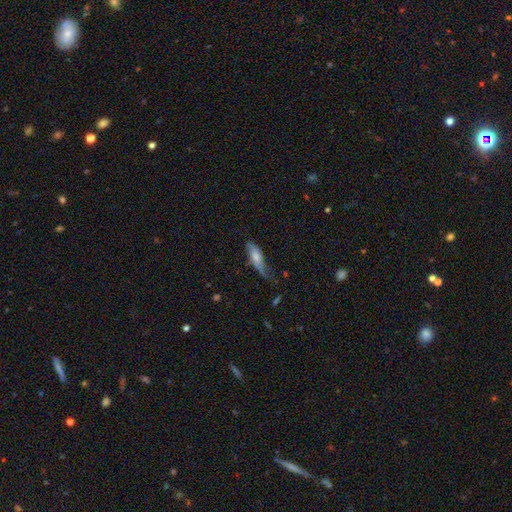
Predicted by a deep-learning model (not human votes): Smooth or featured? Predicted: smooth (p=0.55). How rounded? Predicted: in between (p=0.59). Merging? Predicted: none (p=0.38).